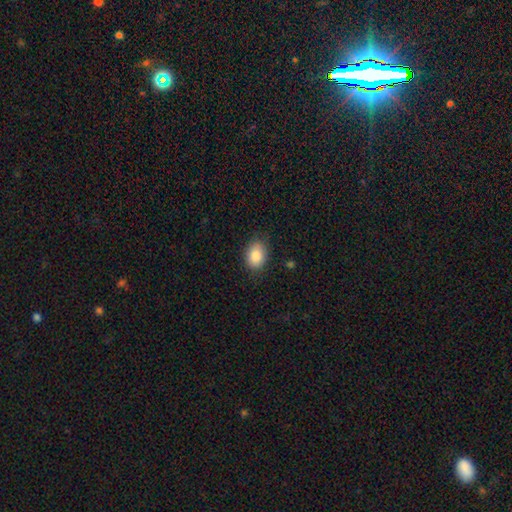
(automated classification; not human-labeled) The model was most divided on "how rounded": in between: 77%, round: 22%, cigar-shaped: 1%. More confident: smooth or featured — smooth (88%); merging — none (80%).